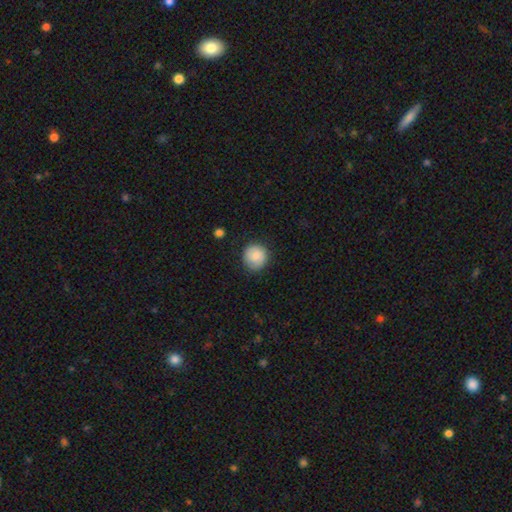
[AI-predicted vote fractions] Smooth or featured: smooth — 84% (featured or disk — 8%)
How rounded: round — 91% (in between — 8%)
Merging: none — 84% (minor disturbance — 12%)